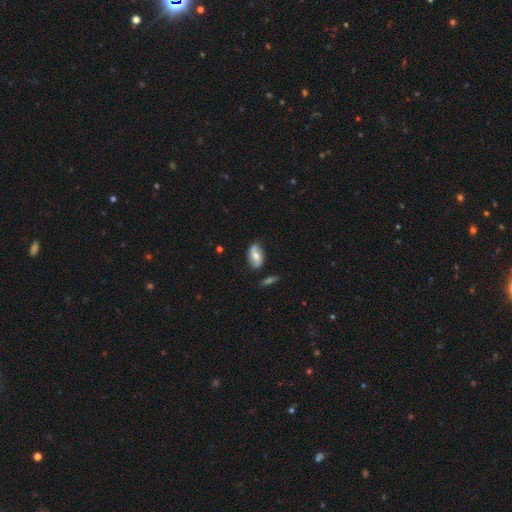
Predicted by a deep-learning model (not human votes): This is possibly a featured or disk galaxy (55%). It is clearly not viewed edge-on (92%). Bar: possibly no (50%). Spiral arm pattern: clearly yes (82%). Central bulge: likely moderate (67%). Merging: likely none (76%).